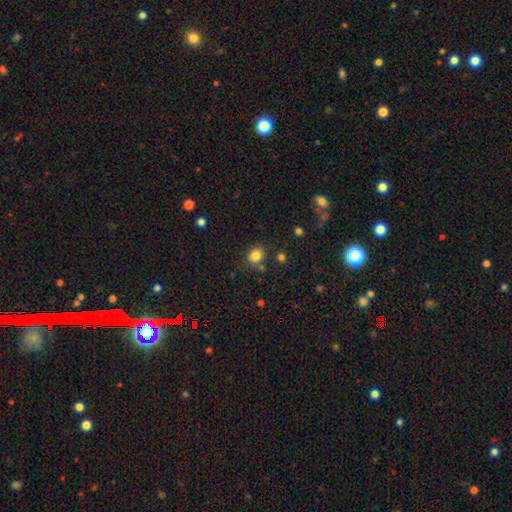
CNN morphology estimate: Smooth or featured: smooth — 83% (star or artifact — 12%)
How rounded: round — 62% (in between — 37%)
Merging: none — 78% (minor disturbance — 12%)